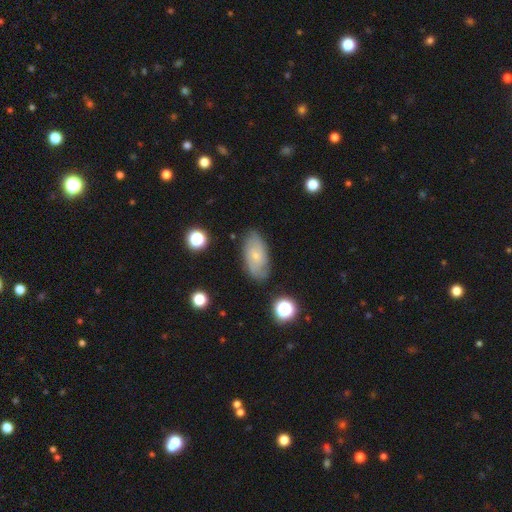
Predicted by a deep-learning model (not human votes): featured or disk 59%, smooth 32%, star or artifact 8%. Down the decision tree: edge-on disk — no (93%); bar — no (71%); spiral arms — yes (86%); bulge size — small (75%); merging — none (78%).